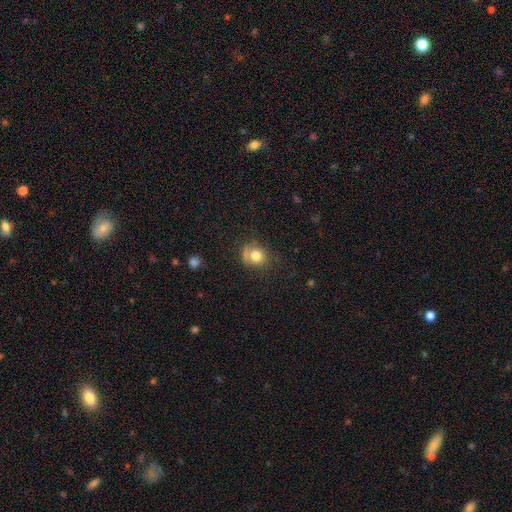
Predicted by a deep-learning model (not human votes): A smooth galaxy with no disk features (77%) that is round (74%).

Vote fractions:
- Smooth or featured? smooth: 77% / featured or disk: 11% / star or artifact: 11%
- How rounded? round: 74% / in between: 25% / cigar-shaped: 1%
- Merging? none: 61% / minor disturbance: 23% / major disturbance: 10% / merger: 5%